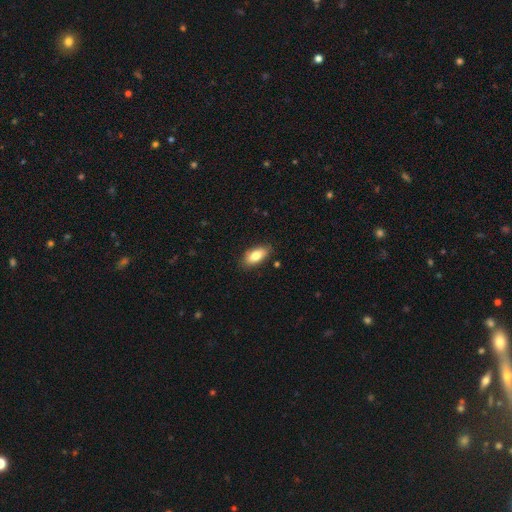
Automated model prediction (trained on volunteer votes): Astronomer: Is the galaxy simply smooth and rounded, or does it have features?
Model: smooth — 82%.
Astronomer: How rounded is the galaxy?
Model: in between — 89%.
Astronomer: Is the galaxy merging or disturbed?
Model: none — 85%.